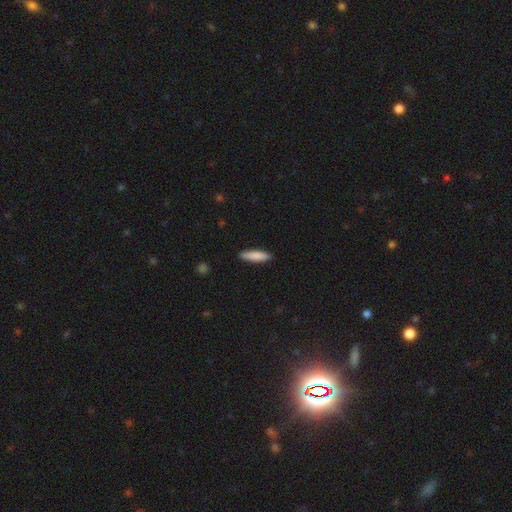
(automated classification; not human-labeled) The model was most divided on "how rounded": cigar-shaped: 76%, in between: 22%, round: 1%. More confident: merging — none (89%); smooth or featured — smooth (84%).